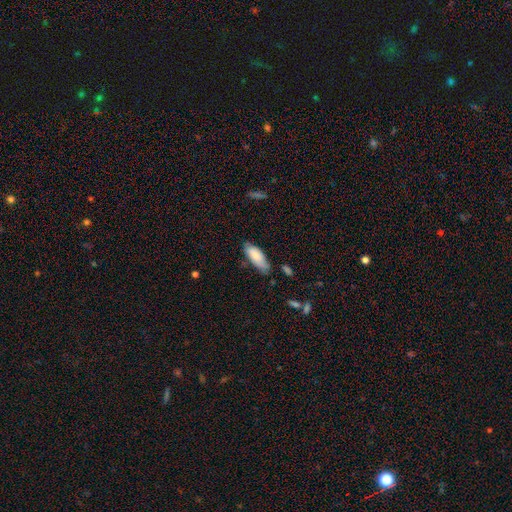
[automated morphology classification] A smooth galaxy with no disk features (81%) that is in between round and cigar-shaped (76%).

Vote fractions:
- Smooth or featured? smooth: 81% / featured or disk: 13% / star or artifact: 6%
- How rounded? in between: 76% / cigar-shaped: 23% / round: 2%
- Merging? none: 65% / minor disturbance: 28% / major disturbance: 5% / merger: 3%